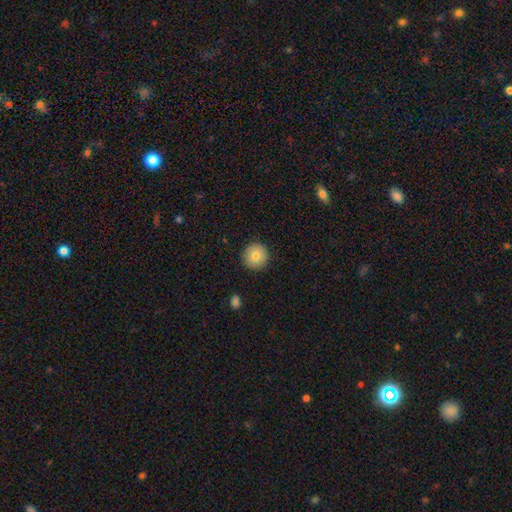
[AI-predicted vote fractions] This appears to be a smooth galaxy with no disk features (80%) that is round (95%). Merging: none (90%).